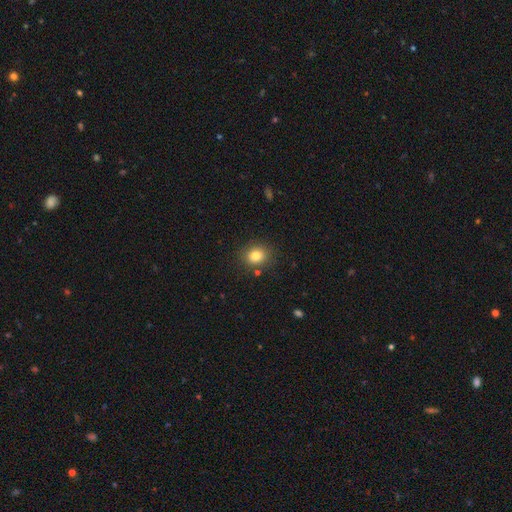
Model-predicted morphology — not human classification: Q: Smooth or featured?
A: smooth (81%); runner-up: star or artifact (12%)
Q: How rounded?
A: round (67%); runner-up: in between (32%)
Q: Merging?
A: none (84%); runner-up: minor disturbance (10%)